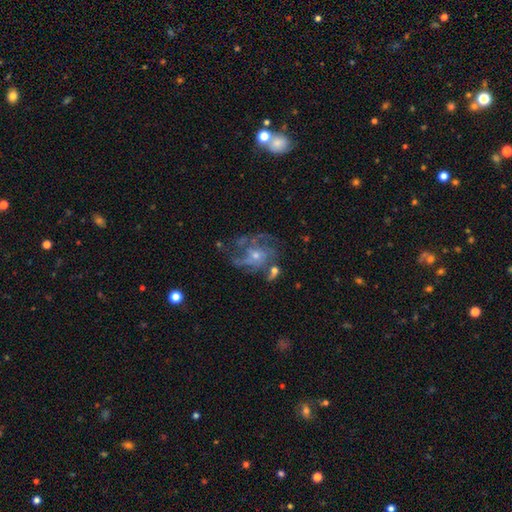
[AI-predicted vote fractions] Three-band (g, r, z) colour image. It shows a featured or disk galaxy (80%) with no bar (71%), 3 (32%) medium (47%) spiral arms (90%) and a small central bulge (62%). Merging: none (57%).